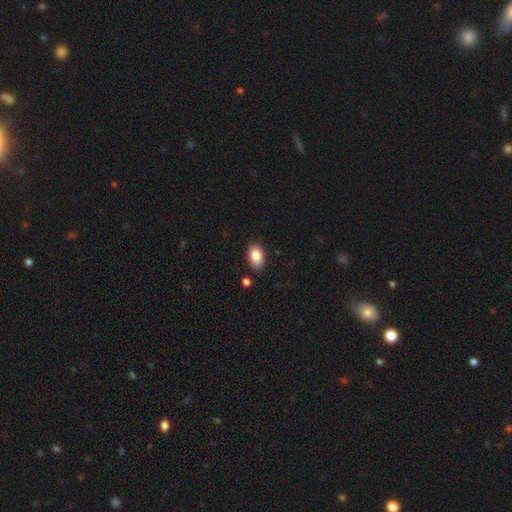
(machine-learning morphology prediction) A smooth galaxy with no disk features (86%) that is in between round and cigar-shaped (88%). Merging: none (85%).